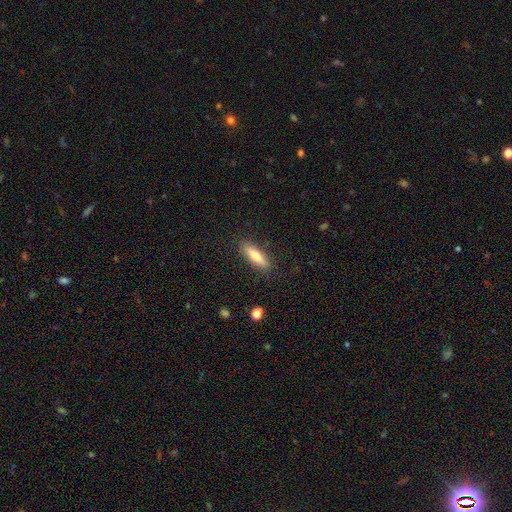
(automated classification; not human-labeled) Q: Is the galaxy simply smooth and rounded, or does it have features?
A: smooth — 71%.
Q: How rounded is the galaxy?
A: cigar-shaped — 67%.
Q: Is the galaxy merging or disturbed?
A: none — 87%.